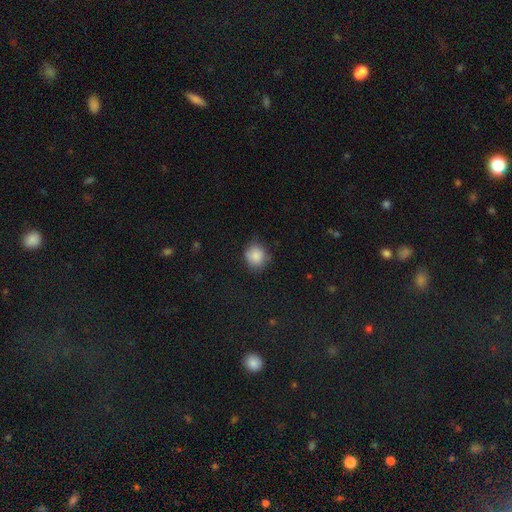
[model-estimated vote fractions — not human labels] This is clearly a smooth galaxy (86%). How rounded: clearly round (81%). Merging: likely none (75%).